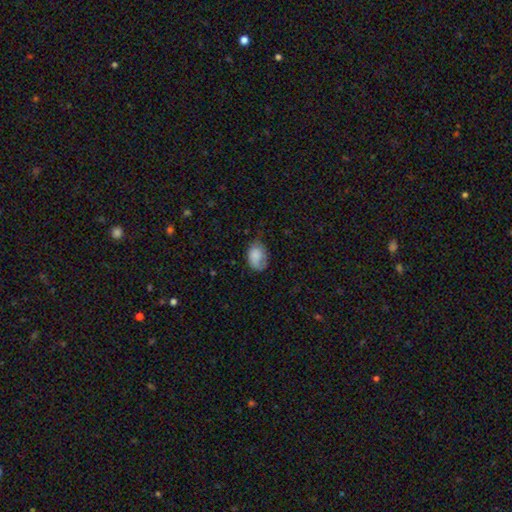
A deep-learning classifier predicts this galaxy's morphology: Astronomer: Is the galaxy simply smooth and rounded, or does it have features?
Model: smooth — 80%.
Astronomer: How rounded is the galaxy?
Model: in between — 84%.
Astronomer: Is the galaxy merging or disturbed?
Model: none — 49% (runner-up: minor disturbance, 35%).